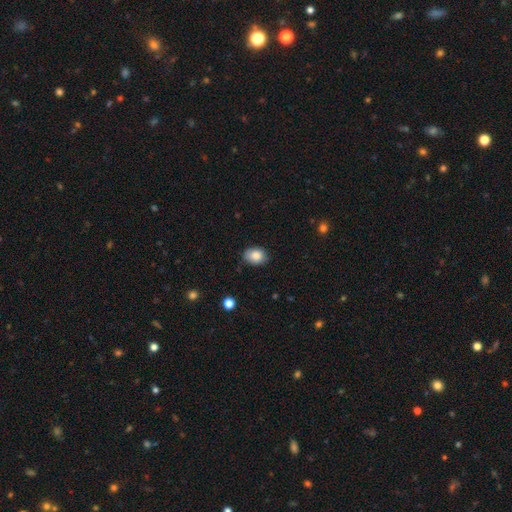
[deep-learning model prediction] Smooth or featured? smooth (85%)
How rounded? in between (68%)
Merging? none (79%)